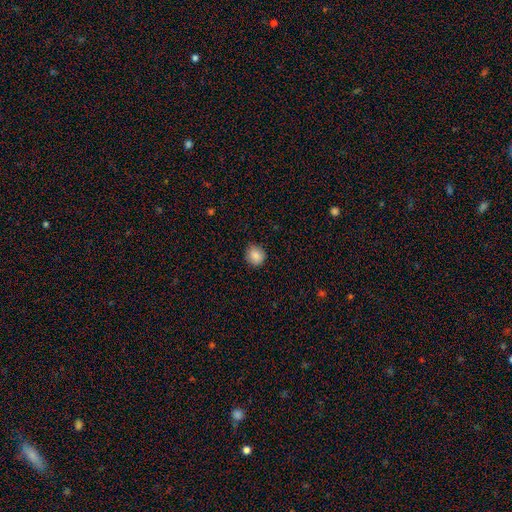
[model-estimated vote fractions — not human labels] A smooth galaxy with no disk features (87%) that is round (83%).

Vote fractions:
- Smooth or featured? smooth: 87% / star or artifact: 9% / featured or disk: 5%
- How rounded? round: 83% / in between: 16% / cigar-shaped: 1%
- Merging? none: 87% / minor disturbance: 10% / major disturbance: 2% / merger: 1%